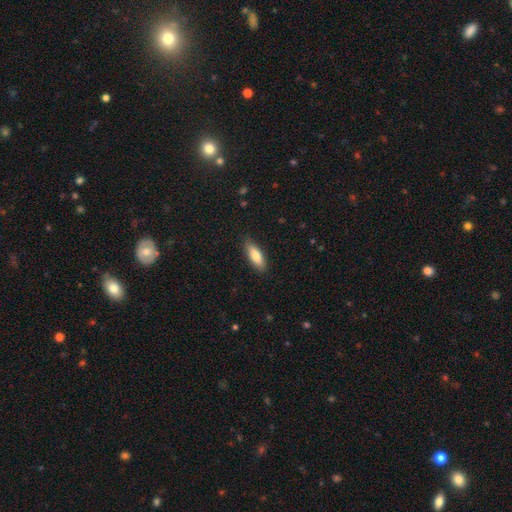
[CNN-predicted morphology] Smooth or featured? smooth (79%)
How rounded? in between (65%)
Merging? none (86%)